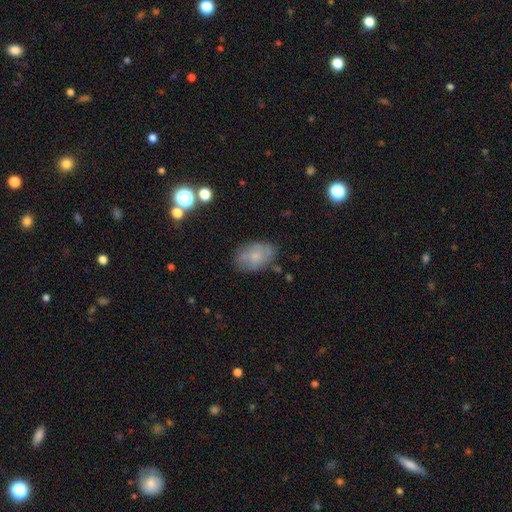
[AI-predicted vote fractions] Morphology: type=smooth (63%); roundness=in between (88%); merging=none (72%).